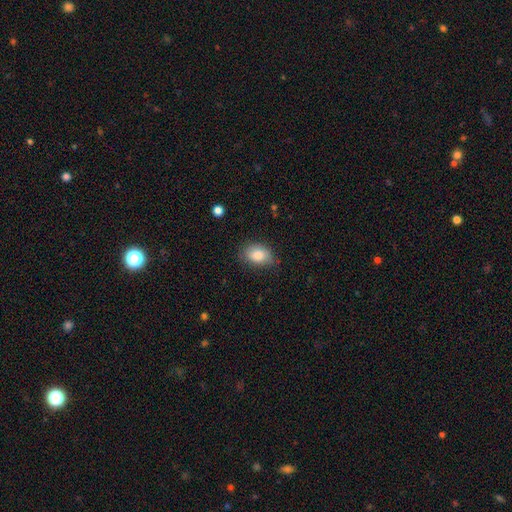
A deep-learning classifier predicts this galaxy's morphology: The model was most divided on "merging": none: 74%, minor disturbance: 21%, major disturbance: 4%, merger: 1%. More confident: how rounded — in between (84%); smooth or featured — smooth (83%).